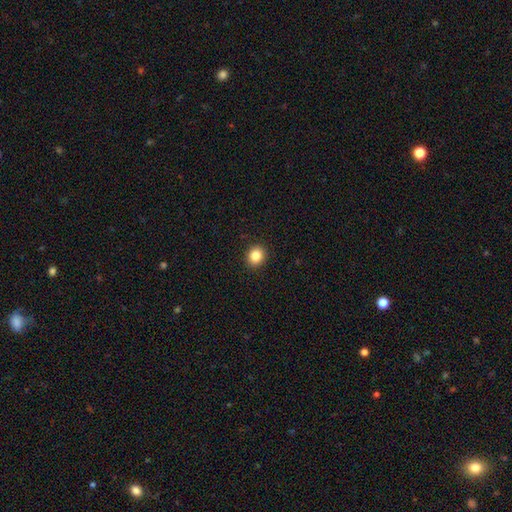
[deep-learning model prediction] This appears to be a smooth galaxy with no disk features (85%) that is round (76%). Merging: none (92%).